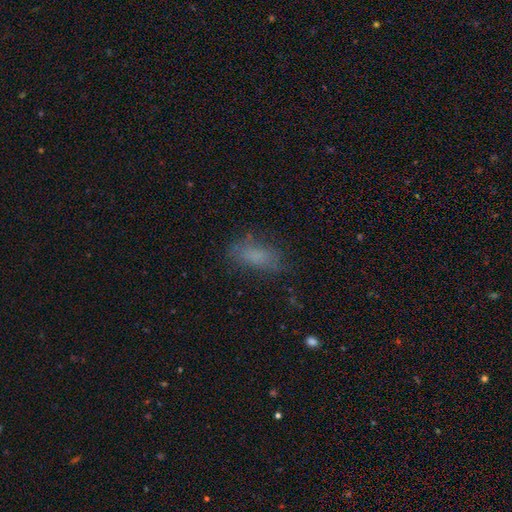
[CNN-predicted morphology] smooth_or_featured: smooth (p=0.73) [alt: featured or disk p=0.14]
how_rounded: in between (p=0.80) [alt: cigar-shaped p=0.16]
merging: none (p=0.65) [alt: minor disturbance p=0.21]